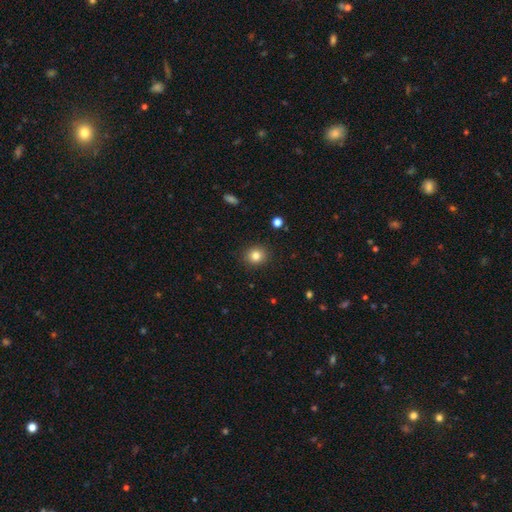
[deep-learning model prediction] This appears to be a smooth galaxy with no disk features (83%) that is round (81%). Merging: none (90%).